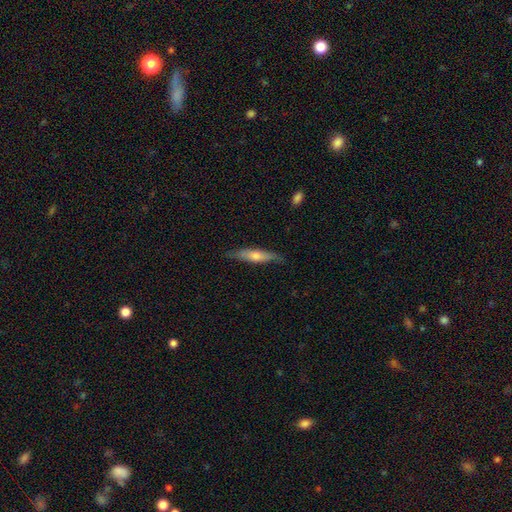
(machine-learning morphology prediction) smooth-or-featured: featured or disk: 54% | smooth: 40% | star or artifact: 7%
  disk-edge-on: yes: 89% | no: 11%
  merging: none: 82% | minor disturbance: 14% | major disturbance: 3% | merger: 1%